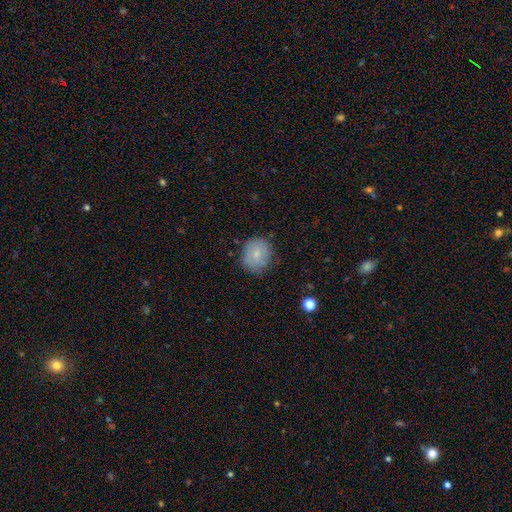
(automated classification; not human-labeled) smooth-or-featured: smooth: 74% | featured or disk: 18% | star or artifact: 8%
  how-rounded: round: 77% | in between: 22% | cigar-shaped: 1%
  merging: none: 77% | minor disturbance: 17% | major disturbance: 4% | merger: 1%